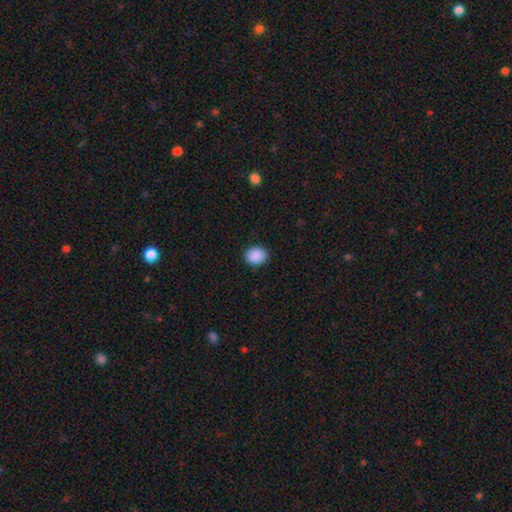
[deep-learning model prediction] Smooth or featured? Predicted: smooth (p=0.90). How rounded? Predicted: round (p=0.58). Merging? Predicted: none (p=0.89).